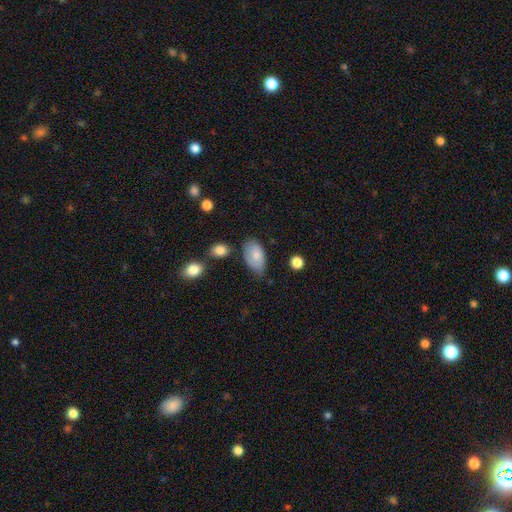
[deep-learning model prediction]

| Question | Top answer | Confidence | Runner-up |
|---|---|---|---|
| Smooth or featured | smooth | 77% | featured or disk (17%) |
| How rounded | in between | 94% | round (4%) |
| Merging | none | 58% | minor disturbance (31%) |